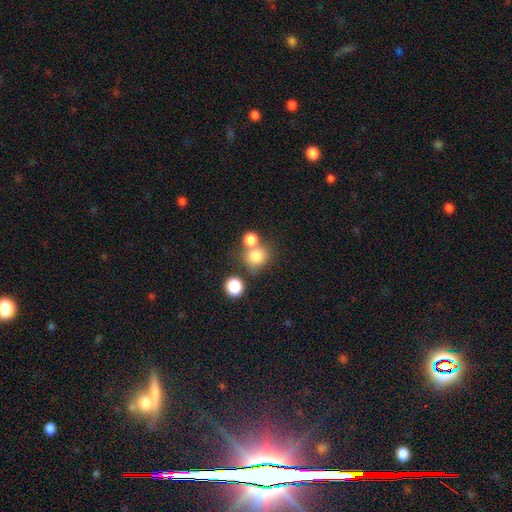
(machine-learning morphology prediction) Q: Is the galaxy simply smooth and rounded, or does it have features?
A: smooth — 79%.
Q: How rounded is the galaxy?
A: round — 79%.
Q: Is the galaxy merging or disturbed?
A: none — 51%.